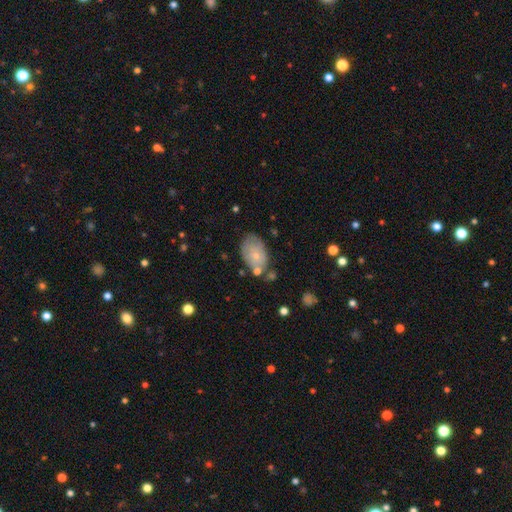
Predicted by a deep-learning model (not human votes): Smooth or featured? Predicted: smooth (p=0.68). How rounded? Predicted: in between (p=0.88). Merging? Predicted: none (p=0.59).